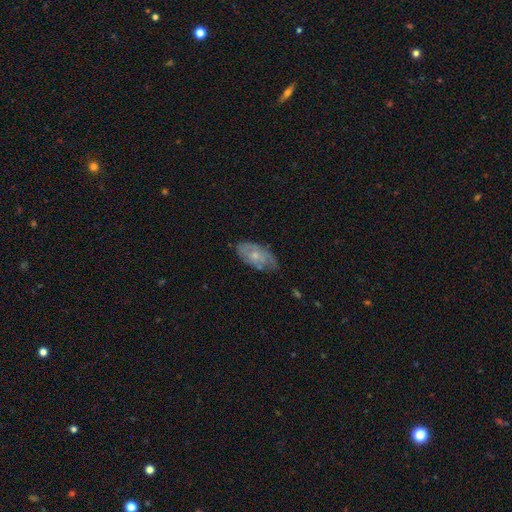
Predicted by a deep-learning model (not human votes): This is possibly a featured or disk galaxy (48%). Merging: likely none (62%).